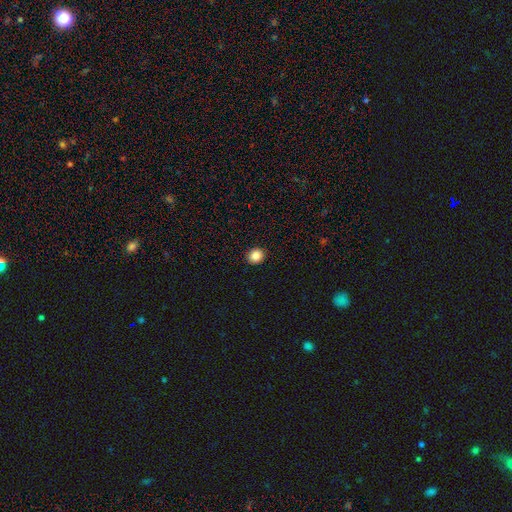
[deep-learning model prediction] This is clearly a smooth galaxy (85%). How rounded: clearly round (80%). Merging: clearly none (92%).